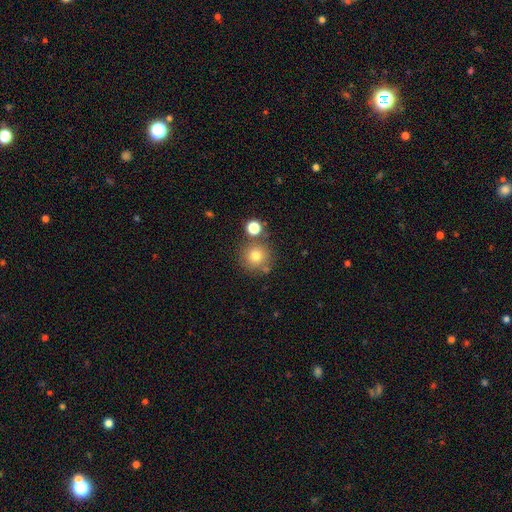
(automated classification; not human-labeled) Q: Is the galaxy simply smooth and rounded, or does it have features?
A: smooth — 76%.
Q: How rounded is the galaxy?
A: round — 94%.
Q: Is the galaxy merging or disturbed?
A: none — 74%.